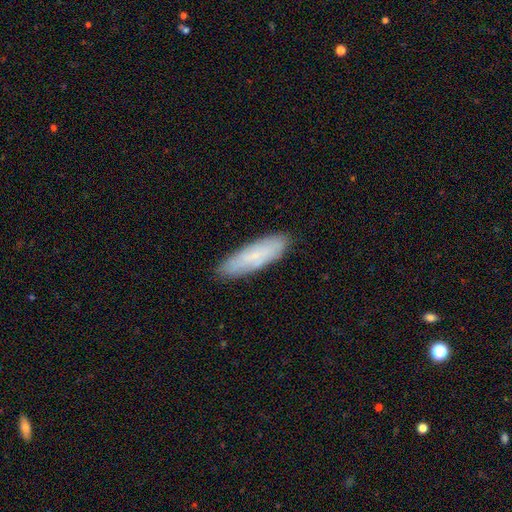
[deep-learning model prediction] A smooth galaxy with no disk features (63%) that is cigar-shaped (58%). Merging: none (86%).